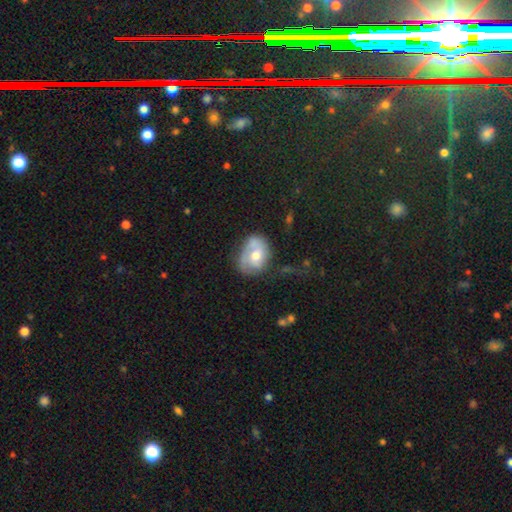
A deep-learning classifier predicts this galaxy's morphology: The model was most divided on "smooth or featured": featured or disk: 50%, smooth: 42%, star or artifact: 7%. Remaining: edge-on disk — no (96%); merging — none (45%).